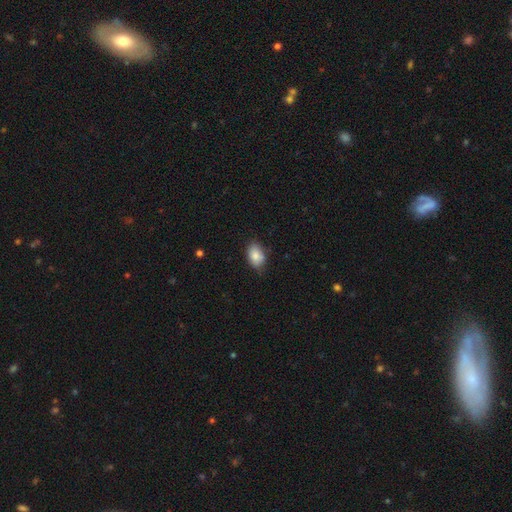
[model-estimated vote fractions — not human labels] smooth-or-featured: smooth: 85% | star or artifact: 8% | featured or disk: 7%
  how-rounded: in between: 87% | round: 11% | cigar-shaped: 1%
  merging: none: 74% | minor disturbance: 21% | major disturbance: 3% | merger: 2%